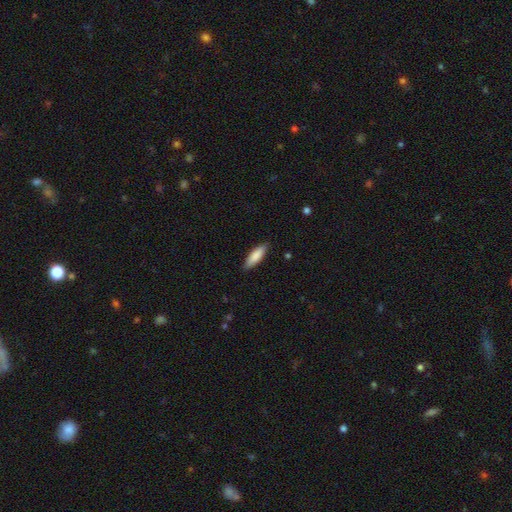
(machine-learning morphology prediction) Overall: smooth (85%). How rounded: cigar-shaped (51%; in between 48%). Merging: none (87%).